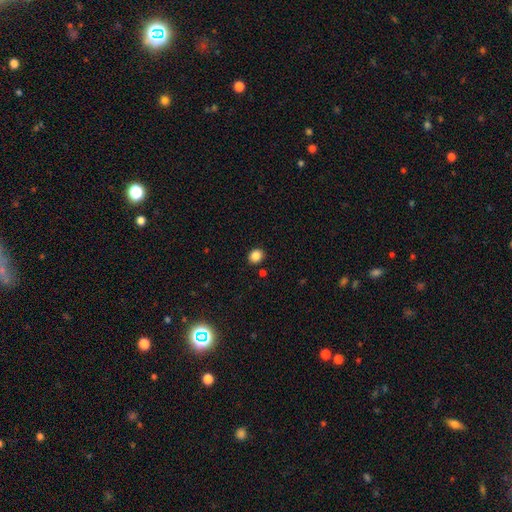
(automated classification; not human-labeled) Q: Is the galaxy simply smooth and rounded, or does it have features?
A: smooth — 85%.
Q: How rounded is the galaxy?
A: round — 66%.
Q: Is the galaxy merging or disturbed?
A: none — 89%.